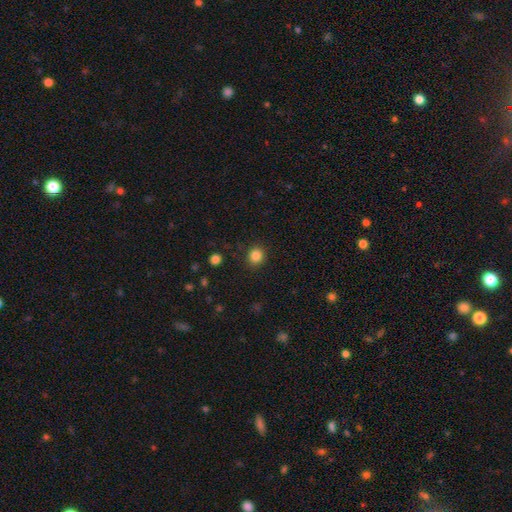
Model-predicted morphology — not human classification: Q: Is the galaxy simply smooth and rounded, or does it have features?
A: smooth — 85%.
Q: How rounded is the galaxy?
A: round — 83%.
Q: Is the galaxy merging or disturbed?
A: none — 89%.